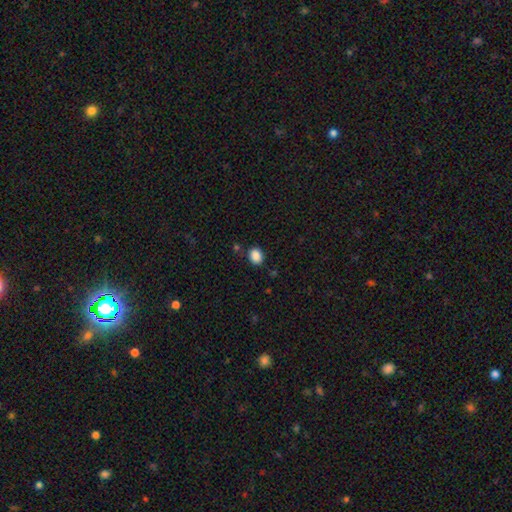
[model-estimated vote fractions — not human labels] Smooth or featured? smooth (87%)
How rounded? in between (54%)
Merging? none (82%)